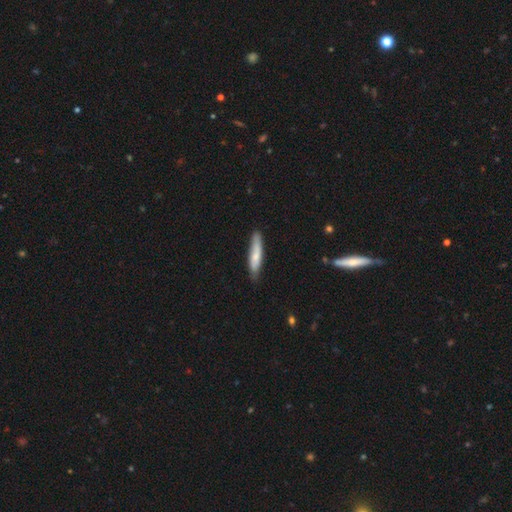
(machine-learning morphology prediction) Smooth or featured? smooth (71%)
How rounded? cigar-shaped (81%)
Merging? none (77%)